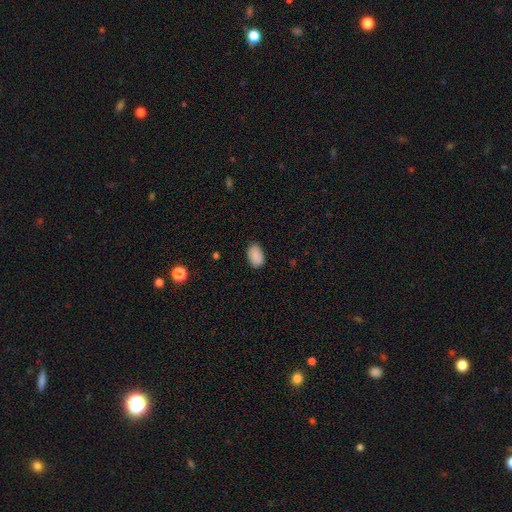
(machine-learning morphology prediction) smooth_or_featured: smooth (p=0.87) [alt: star or artifact p=0.08]
how_rounded: in between (p=0.90) [alt: round p=0.09]
merging: none (p=0.83) [alt: minor disturbance p=0.14]